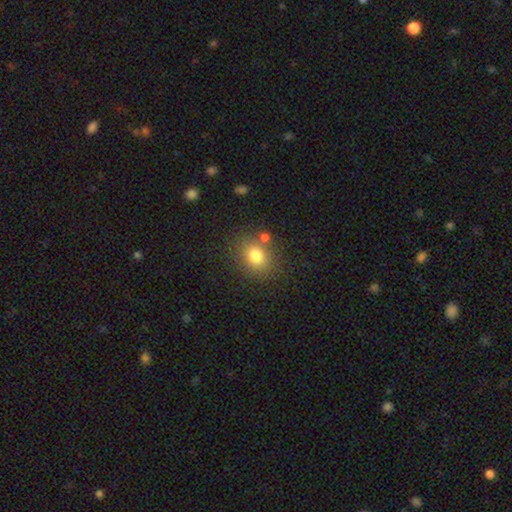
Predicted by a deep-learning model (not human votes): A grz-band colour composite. It shows a smooth galaxy with no disk features (79%) that is round (61%). Merging: none (74%).